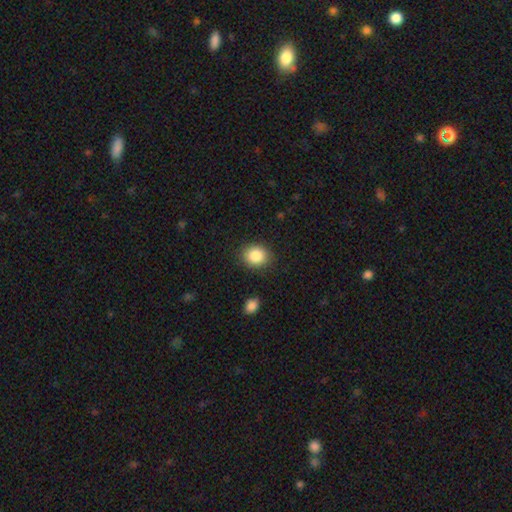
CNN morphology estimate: The model was most divided on "how rounded": round: 65%, in between: 35%, cigar-shaped: 1%. More confident: merging — none (87%); smooth or featured — smooth (86%).